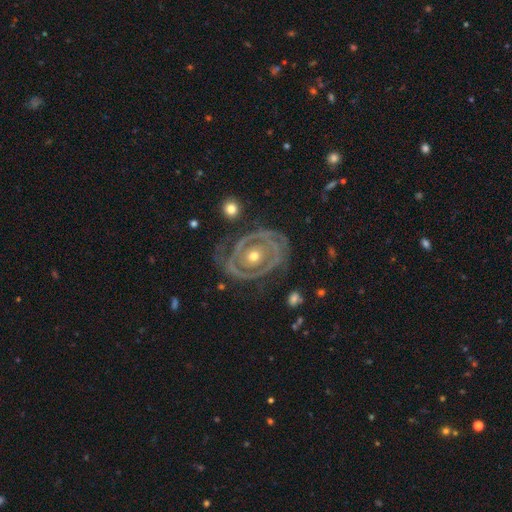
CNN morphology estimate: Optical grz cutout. It shows a featured or disk galaxy (87%) with no bar (72%), 2 (61%) tight (73%) spiral arms (84%) and a moderate central bulge (58%). Merging: none (73%).